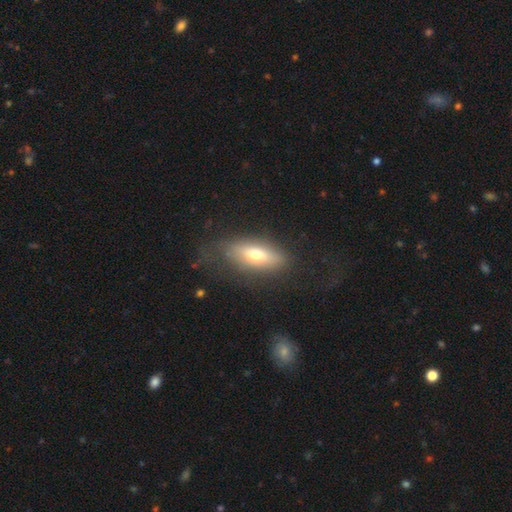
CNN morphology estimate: smooth-or-featured: smooth: 63% | featured or disk: 29% | star or artifact: 8%
  how-rounded: in between: 72% | cigar-shaped: 23% | round: 4%
  merging: none: 67% | minor disturbance: 19% | major disturbance: 12% | merger: 2%